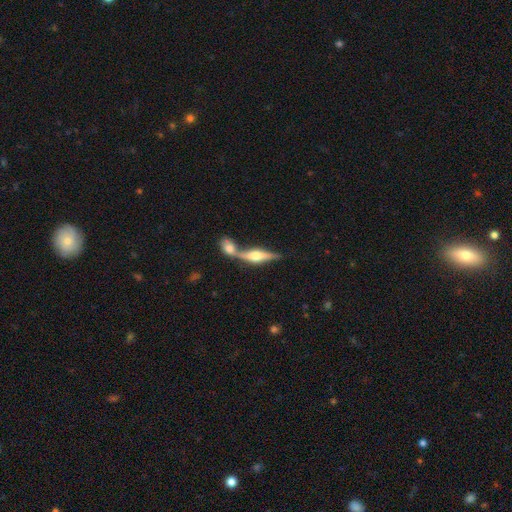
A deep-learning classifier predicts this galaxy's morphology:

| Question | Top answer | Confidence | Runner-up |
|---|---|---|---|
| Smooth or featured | featured or disk | 64% | smooth (29%) |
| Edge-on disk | yes | 87% | no (13%) |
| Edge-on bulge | rounded | 89% | boxy (8%) |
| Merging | merger | 56% | none (31%) |